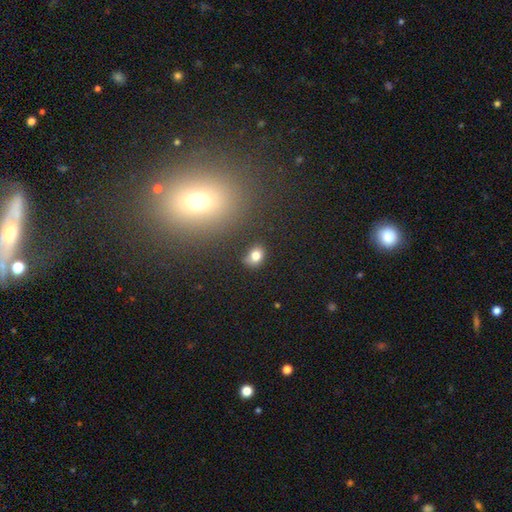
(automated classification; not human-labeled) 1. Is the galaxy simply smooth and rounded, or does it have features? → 79% smooth, 12% star or artifact, 8% featured or disk.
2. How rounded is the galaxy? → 58% in between, 40% round, 1% cigar-shaped.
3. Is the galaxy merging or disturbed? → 70% none, 18% minor disturbance, 6% merger, 5% major disturbance.